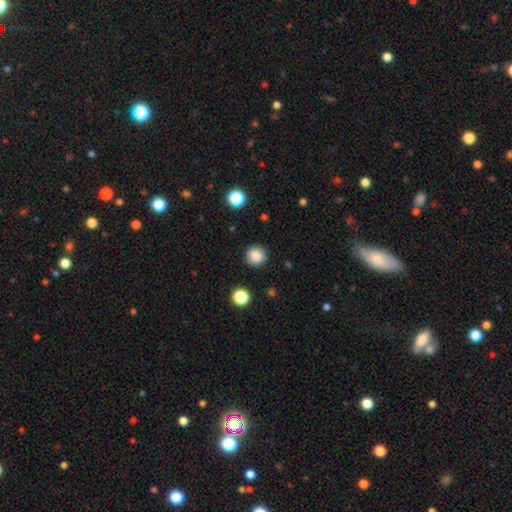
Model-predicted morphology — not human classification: Smooth or featured? smooth (85%)
How rounded? round (91%)
Merging? none (90%)